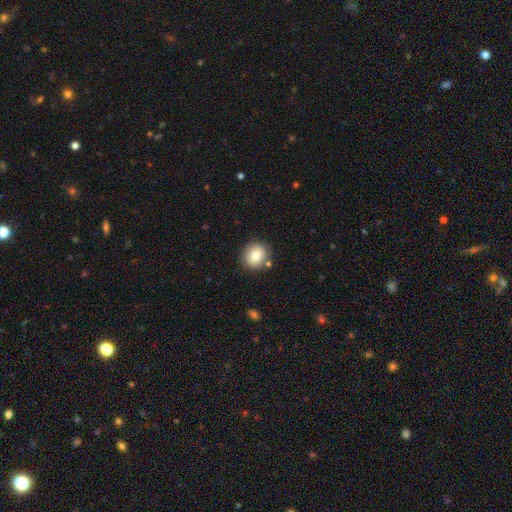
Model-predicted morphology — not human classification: type=smooth (79%); roundness=round (84%); merging=none (85%).